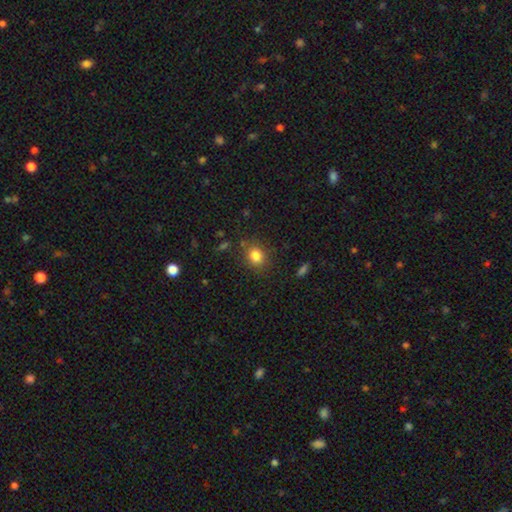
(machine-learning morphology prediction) type=smooth (83%); roundness=round (57%); merging=none (81%).